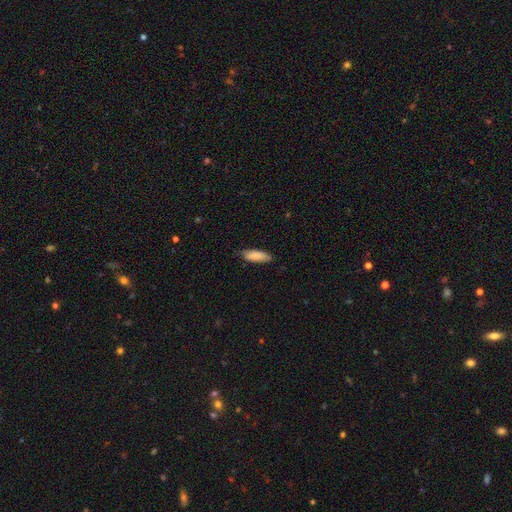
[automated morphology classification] The model was most divided on "how rounded": in between: 60%, cigar-shaped: 38%, round: 2%. More confident: smooth or featured — smooth (85%); merging — none (75%).